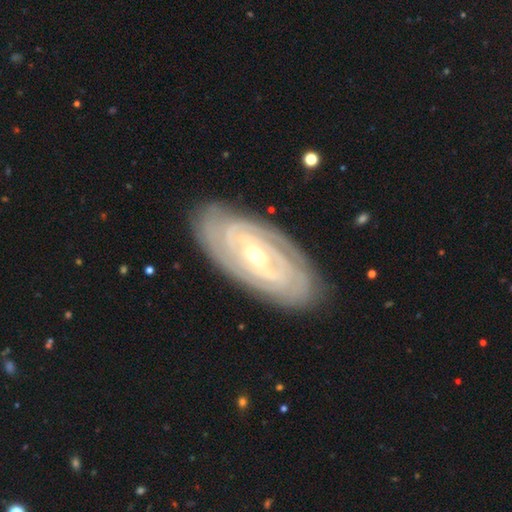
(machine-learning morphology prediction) A featured or disk galaxy (87%) with a weak bar (37%), tight (81%) spiral arms (93%) and a small central bulge (55%).

Vote fractions:
- Smooth or featured? featured or disk: 87% / smooth: 8% / star or artifact: 5%
- Edge-on disk? no: 92% / yes: 8%
- Bar? weak: 37% / no: 34% / strong: 29%
- Spiral arms? yes: 93% / no: 7%
- Spiral winding? tight: 81% / medium: 15% / loose: 3%
- Spiral arm count? can't tell: 36% / 2: 25% / 3: 15% / 4: 11% / more than 4: 6% / 1: 5%
- Bulge size? small: 55% / moderate: 42% / large: 2% / none: 1% / dominant: 1%
- Merging? none: 84% / minor disturbance: 11% / major disturbance: 3% / merger: 1%